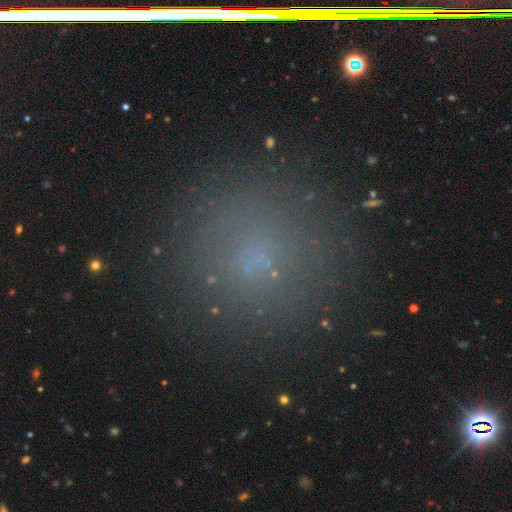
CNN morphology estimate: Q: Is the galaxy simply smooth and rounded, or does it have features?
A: smooth — 60%.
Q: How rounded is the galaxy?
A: round — 91%.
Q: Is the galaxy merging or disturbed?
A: none — 85%.